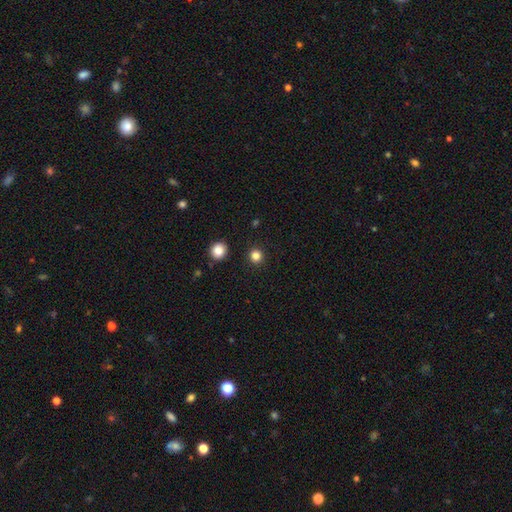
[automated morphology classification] The model was most divided on "smooth or featured": smooth: 83%, star or artifact: 13%, featured or disk: 4%. More confident: how rounded — round (93%); merging — none (92%).